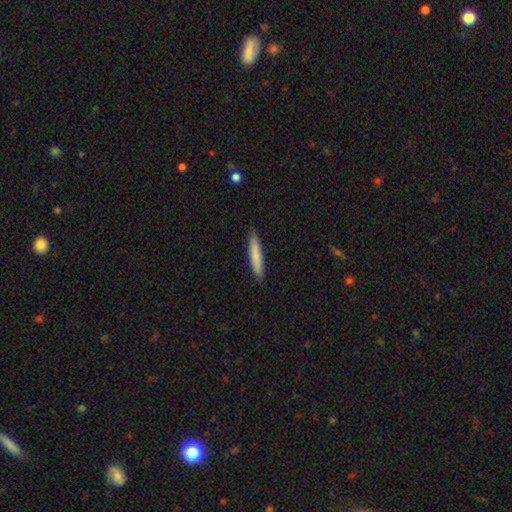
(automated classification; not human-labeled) A smooth galaxy with no disk features (81%) that is cigar-shaped (91%).

Vote fractions:
- Smooth or featured? smooth: 81% / featured or disk: 13% / star or artifact: 6%
- How rounded? cigar-shaped: 91% / in between: 7% / round: 1%
- Merging? none: 89% / minor disturbance: 8% / major disturbance: 2% / merger: 1%